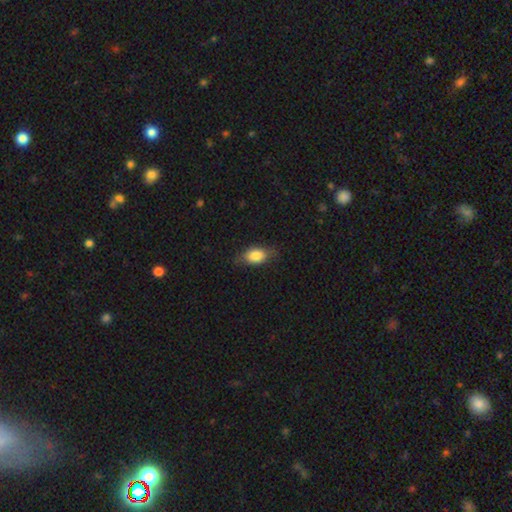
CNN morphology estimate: This appears to be a smooth galaxy with no disk features (80%) that is in between round and cigar-shaped (83%). Merging: none (74%).